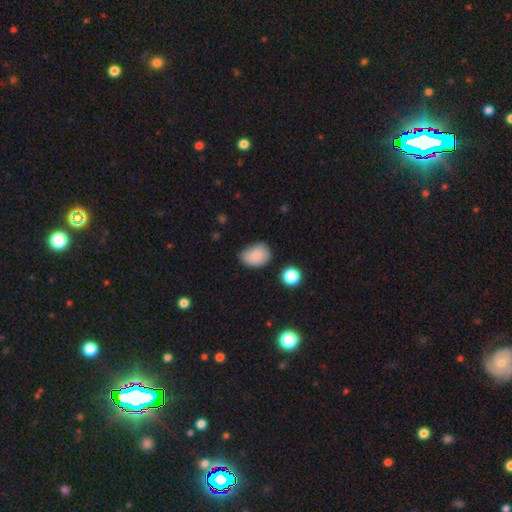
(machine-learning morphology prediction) Smooth or featured?
  - smooth: 84% *
  - star or artifact: 9%
  - featured or disk: 7%
How rounded?
  - in between: 69% *
  - round: 30%
  - cigar-shaped: 1%
Merging?
  - none: 56% *
  - minor disturbance: 34%
  - major disturbance: 7%
  - merger: 3%